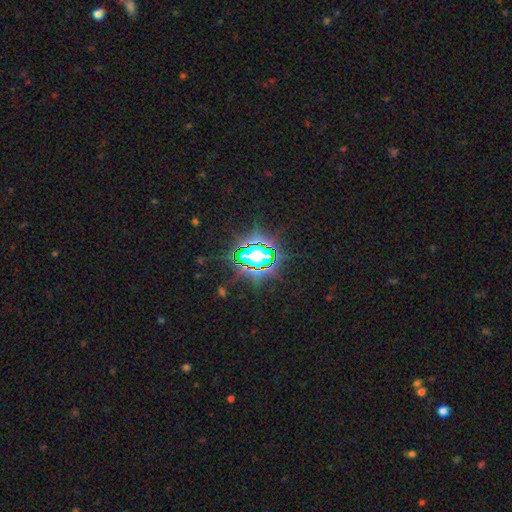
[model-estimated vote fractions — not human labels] Smooth or featured: star or artifact — 77% (smooth — 13%)